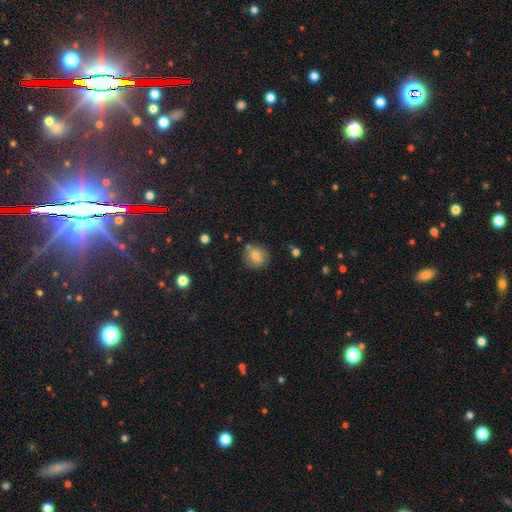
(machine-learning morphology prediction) smooth_or_featured: smooth (p=0.74) [alt: featured or disk p=0.17]
how_rounded: round (p=0.74) [alt: in between p=0.24]
merging: none (p=0.78) [alt: minor disturbance p=0.13]